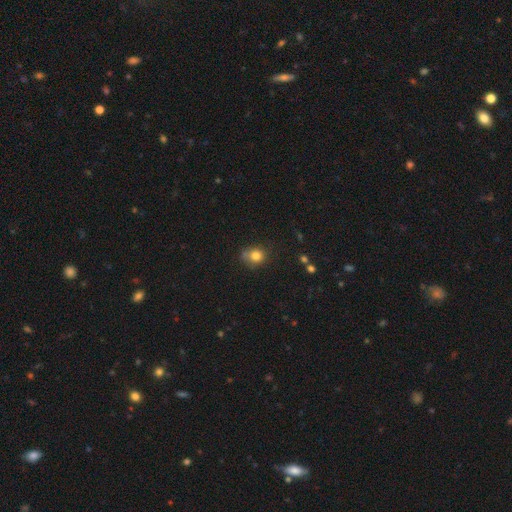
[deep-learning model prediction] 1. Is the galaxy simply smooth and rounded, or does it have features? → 81% smooth, 12% star or artifact, 8% featured or disk.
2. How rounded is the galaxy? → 73% round, 26% in between, 1% cigar-shaped.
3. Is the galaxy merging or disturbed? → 60% none, 24% minor disturbance, 9% merger, 7% major disturbance.